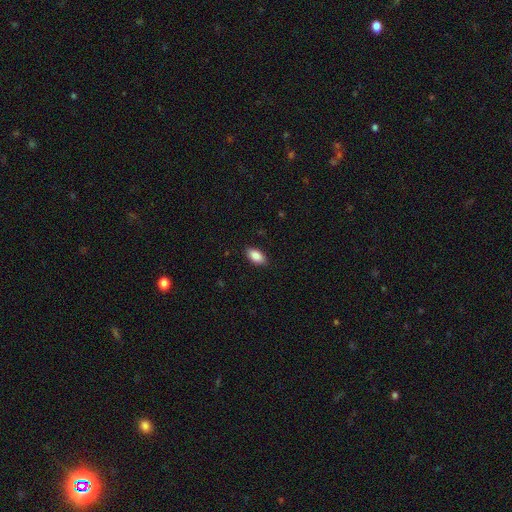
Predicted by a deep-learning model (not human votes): This is clearly a smooth galaxy (88%). How rounded: clearly in between (93%). Merging: clearly none (88%).